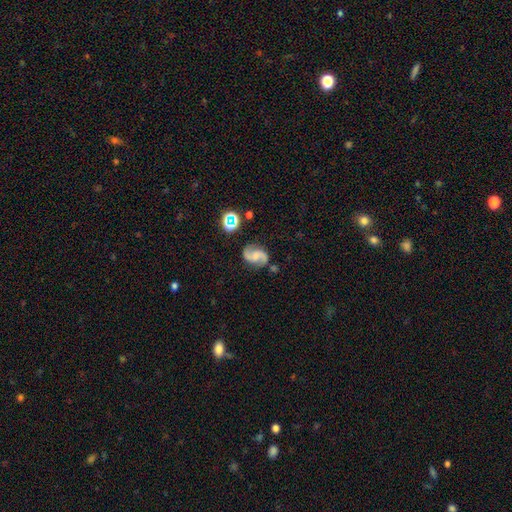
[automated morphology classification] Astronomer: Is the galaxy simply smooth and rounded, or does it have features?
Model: featured or disk — 84%.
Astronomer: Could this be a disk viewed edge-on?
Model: no — 98%.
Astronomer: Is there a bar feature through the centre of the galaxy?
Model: no — 53% (runner-up: weak, 37%).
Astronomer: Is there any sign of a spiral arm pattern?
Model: yes — 97%.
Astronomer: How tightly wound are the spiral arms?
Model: medium — 45% (runner-up: loose, 44%).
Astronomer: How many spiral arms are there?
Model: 2 — 94%.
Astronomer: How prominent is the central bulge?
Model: small — 37% (runner-up: none, 30%).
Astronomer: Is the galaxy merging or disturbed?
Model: none — 79%.